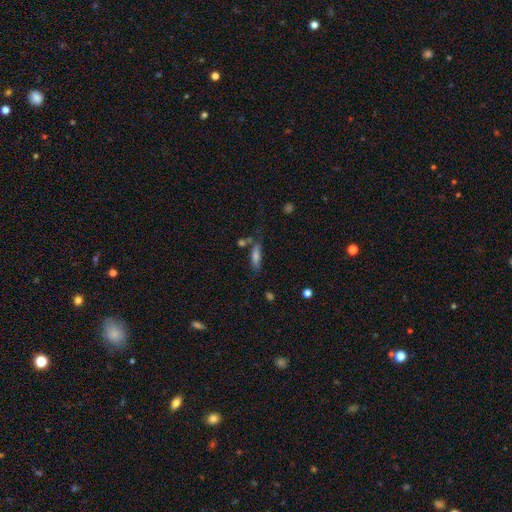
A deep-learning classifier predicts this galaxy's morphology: A smooth galaxy with no disk features (63%) that is cigar-shaped (59%).

Vote fractions:
- Smooth or featured? smooth: 63% / featured or disk: 24% / star or artifact: 13%
- How rounded? cigar-shaped: 59% / in between: 38% / round: 3%
- Merging? none: 63% / minor disturbance: 18% / merger: 12% / major disturbance: 7%